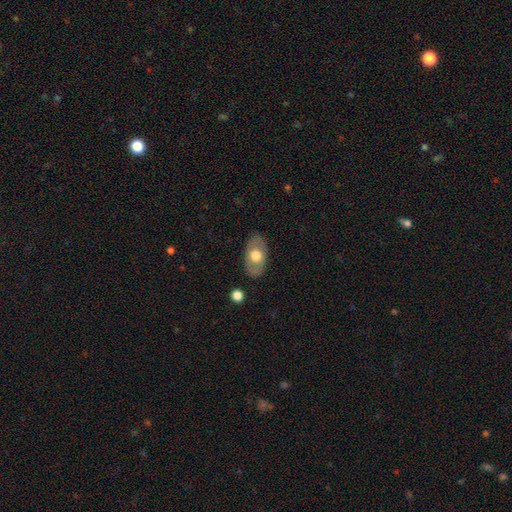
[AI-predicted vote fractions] This appears to be a smooth galaxy with no disk features (54%) that is in between round and cigar-shaped (88%). Merging: none (83%).